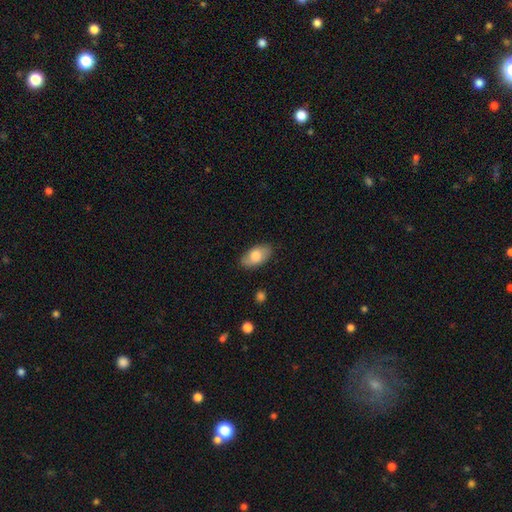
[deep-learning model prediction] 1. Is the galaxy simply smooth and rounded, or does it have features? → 75% smooth, 18% featured or disk, 6% star or artifact.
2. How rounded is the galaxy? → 93% in between, 4% round, 3% cigar-shaped.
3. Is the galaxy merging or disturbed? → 82% none, 14% minor disturbance, 3% major disturbance, 1% merger.